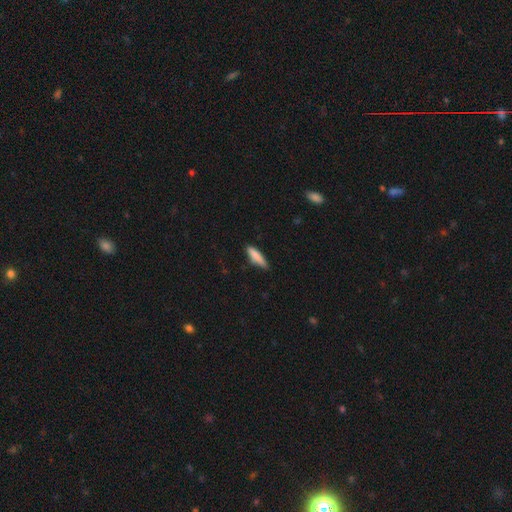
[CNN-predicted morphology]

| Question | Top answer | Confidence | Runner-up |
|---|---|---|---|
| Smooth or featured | smooth | 81% | featured or disk (12%) |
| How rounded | cigar-shaped | 74% | in between (25%) |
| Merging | none | 70% | minor disturbance (24%) |